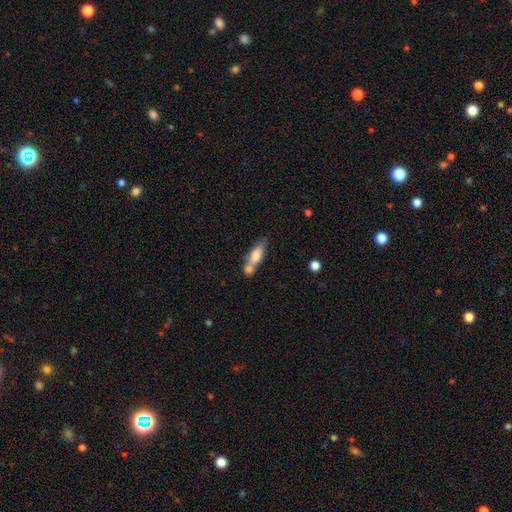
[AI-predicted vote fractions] Smooth or featured? Predicted: smooth (p=0.67). How rounded? Predicted: in between (p=0.53). Merging? Predicted: merger (p=0.44).